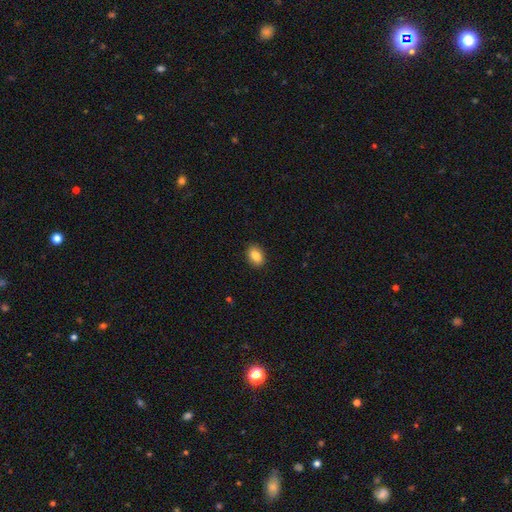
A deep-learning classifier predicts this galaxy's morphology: smooth_or_featured: smooth (p=0.86) [alt: star or artifact p=0.08]
how_rounded: in between (p=0.80) [alt: round p=0.19]
merging: none (p=0.90) [alt: minor disturbance p=0.07]